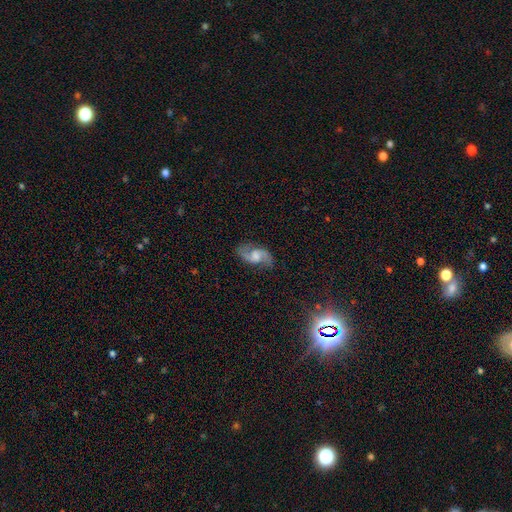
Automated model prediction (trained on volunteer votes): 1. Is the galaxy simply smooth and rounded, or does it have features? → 82% featured or disk, 11% smooth, 7% star or artifact.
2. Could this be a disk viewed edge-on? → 97% no, 3% yes.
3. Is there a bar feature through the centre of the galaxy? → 50% weak, 41% no, 10% strong.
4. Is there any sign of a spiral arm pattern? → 96% yes, 4% no.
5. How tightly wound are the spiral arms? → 49% loose, 42% medium, 9% tight.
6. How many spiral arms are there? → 93% 2, 2% can't tell, 2% 1, 1% 3, 1% 4, 1% more than 4.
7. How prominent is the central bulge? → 38% moderate, 24% none, 23% small, 14% large, 2% dominant.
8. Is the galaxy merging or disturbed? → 80% none, 14% minor disturbance, 5% major disturbance, 2% merger.